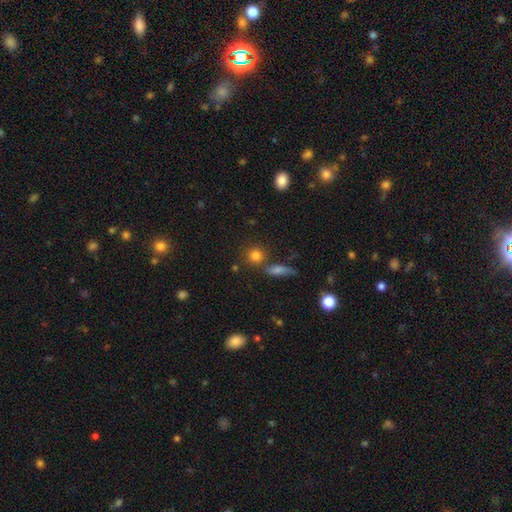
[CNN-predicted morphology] Smooth or featured?
  - smooth: 80% *
  - star or artifact: 12%
  - featured or disk: 8%
How rounded?
  - round: 84% *
  - in between: 13%
  - cigar-shaped: 3%
Merging?
  - none: 70% *
  - merger: 16%
  - minor disturbance: 10%
  - major disturbance: 4%